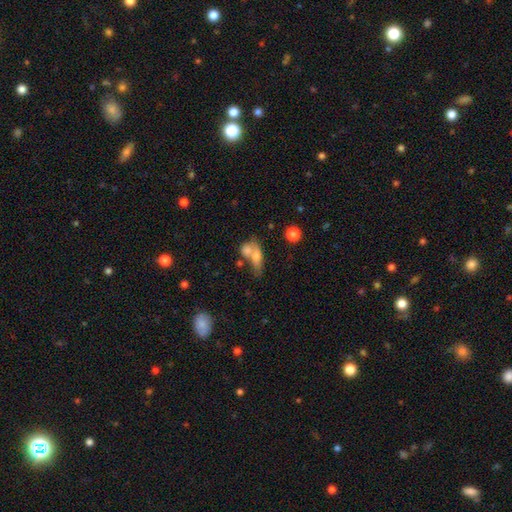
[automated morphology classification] A smooth galaxy with no disk features (67%) that is in between round and cigar-shaped (62%).

Vote fractions:
- Smooth or featured? smooth: 67% / featured or disk: 23% / star or artifact: 10%
- How rounded? in between: 62% / cigar-shaped: 21% / round: 17%
- Merging? merger: 53% / none: 26% / minor disturbance: 12% / major disturbance: 9%